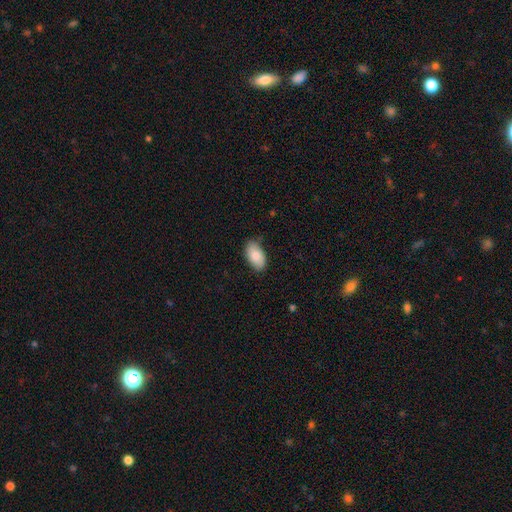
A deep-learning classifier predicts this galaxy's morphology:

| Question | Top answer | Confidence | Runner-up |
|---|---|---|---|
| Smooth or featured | smooth | 84% | featured or disk (9%) |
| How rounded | in between | 95% | round (4%) |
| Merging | none | 79% | minor disturbance (17%) |